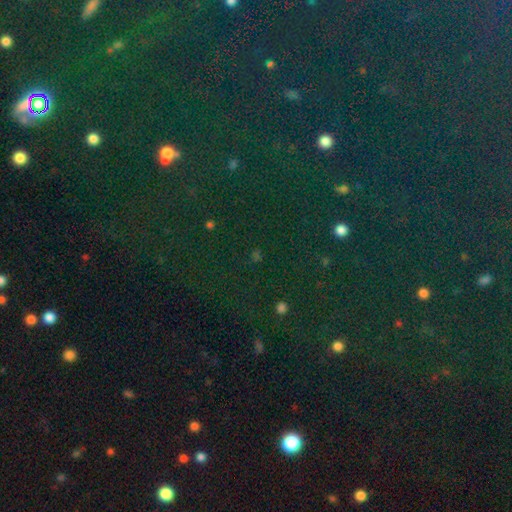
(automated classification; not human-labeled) smooth_or_featured: star or artifact (p=0.79) [alt: smooth p=0.13]